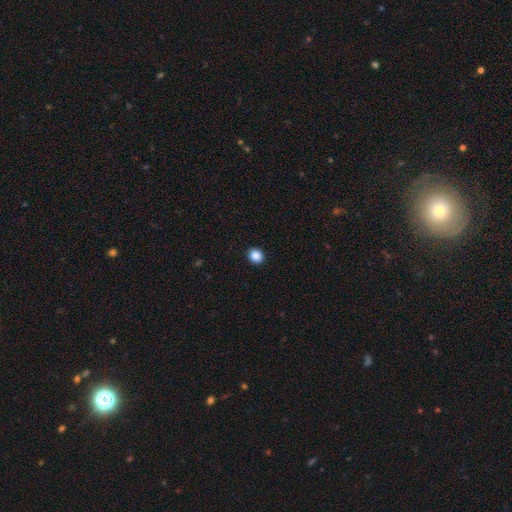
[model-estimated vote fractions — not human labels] Morphology: type=smooth (88%); roundness=round (73%); merging=none (93%).